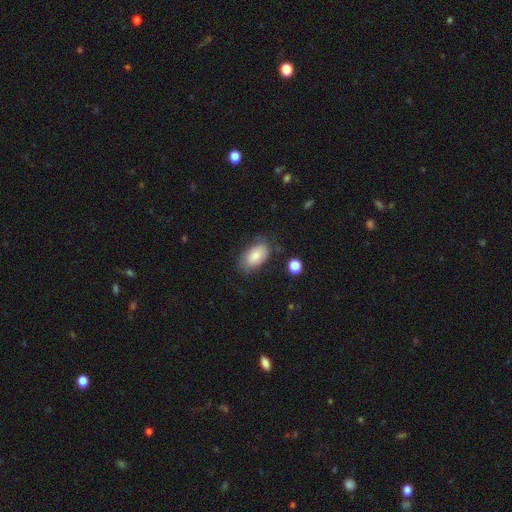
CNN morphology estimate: Smooth or featured? Predicted: smooth (p=0.80). How rounded? Predicted: in between (p=0.93). Merging? Predicted: none (p=0.71).